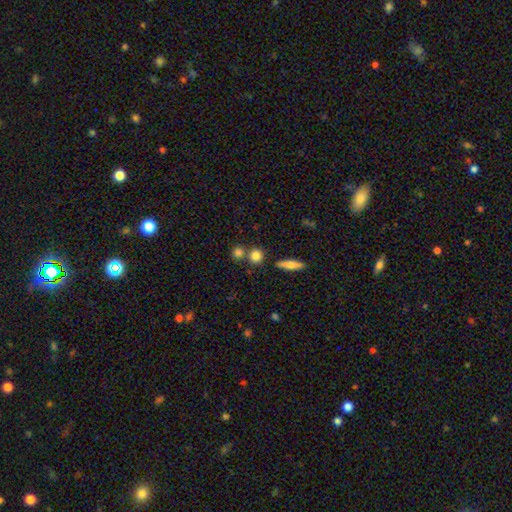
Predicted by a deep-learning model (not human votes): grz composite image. It shows a smooth galaxy with no disk features (82%) that is round (86%). Merging: none (66%).